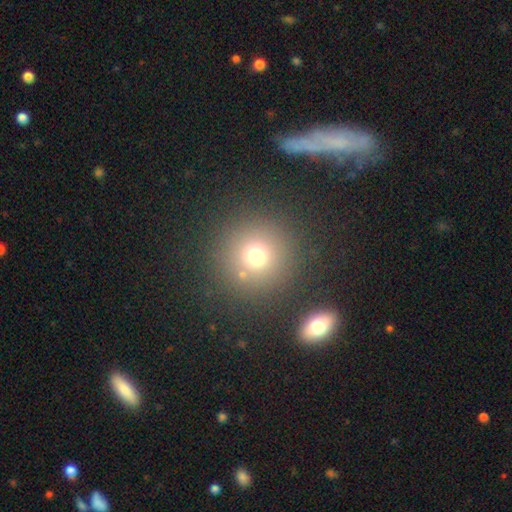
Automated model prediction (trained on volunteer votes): smooth-or-featured: smooth: 72% | star or artifact: 18% | featured or disk: 10%
  how-rounded: round: 94% | in between: 5% | cigar-shaped: 1%
  merging: none: 82% | minor disturbance: 7% | merger: 7% | major disturbance: 4%